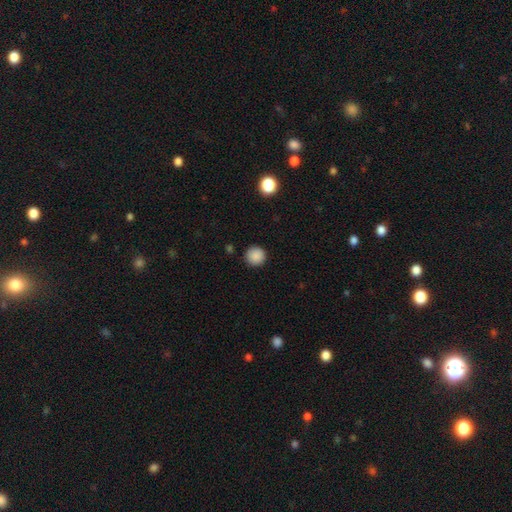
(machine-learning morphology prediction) smooth 88%, star or artifact 9%, featured or disk 3%. Down the decision tree: how rounded — round (95%); merging — none (91%).